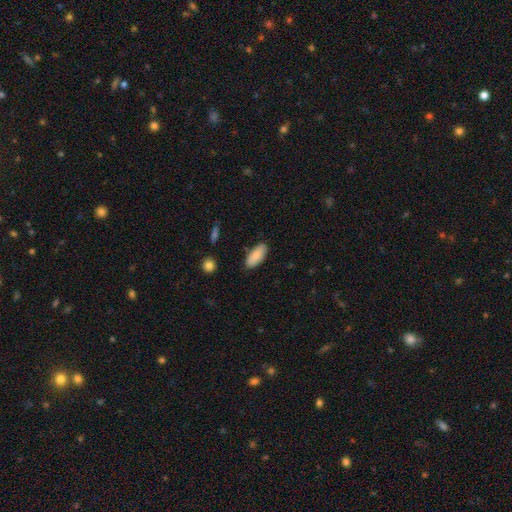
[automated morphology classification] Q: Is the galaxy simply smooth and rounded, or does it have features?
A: smooth — 85%.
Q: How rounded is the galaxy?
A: in between — 86%.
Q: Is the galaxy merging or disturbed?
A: none — 83%.